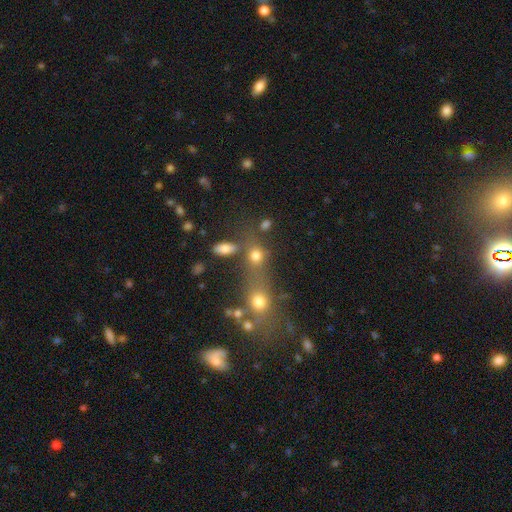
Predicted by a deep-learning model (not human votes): Morphology: type=smooth (74%); roundness=round (58%); merging=merger (42%).